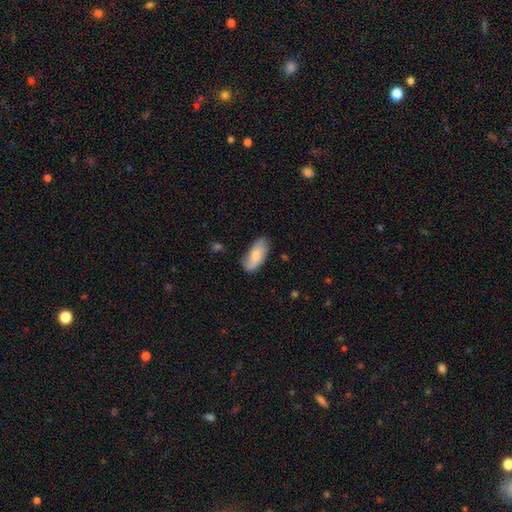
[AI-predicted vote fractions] Smooth or featured? Predicted: smooth (p=0.67). How rounded? Predicted: in between (p=0.89). Merging? Predicted: none (p=0.71).